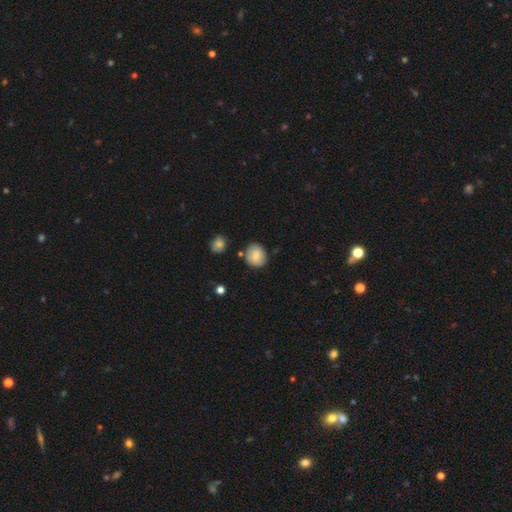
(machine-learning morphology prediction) smooth_or_featured: smooth (p=0.75) [alt: featured or disk p=0.17]
how_rounded: round (p=0.73) [alt: in between p=0.26]
merging: none (p=0.77) [alt: minor disturbance p=0.16]